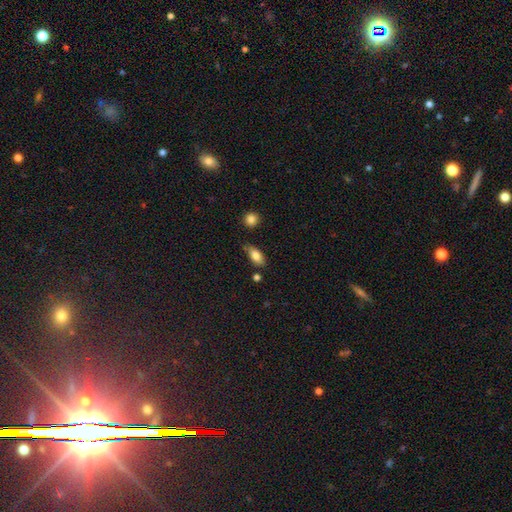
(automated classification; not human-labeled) The model was most divided on "merging": none: 74%, minor disturbance: 18%, merger: 5%, major disturbance: 4%. More confident: how rounded — in between (86%); smooth or featured — smooth (82%).